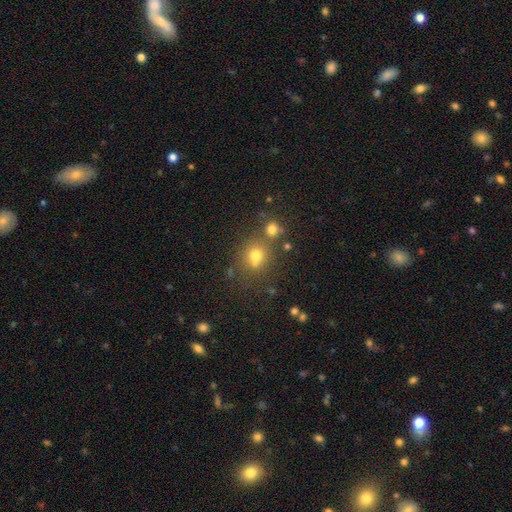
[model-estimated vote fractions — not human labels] Smooth or featured: smooth — 70% (star or artifact — 19%)
How rounded: round — 84% (in between — 15%)
Merging: none — 60% (merger — 25%)